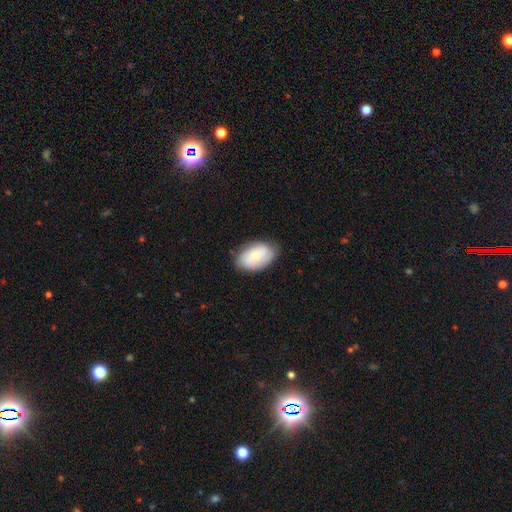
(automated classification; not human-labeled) Smooth or featured: smooth — 67% (featured or disk — 27%)
How rounded: in between — 91% (round — 7%)
Merging: none — 78% (minor disturbance — 18%)